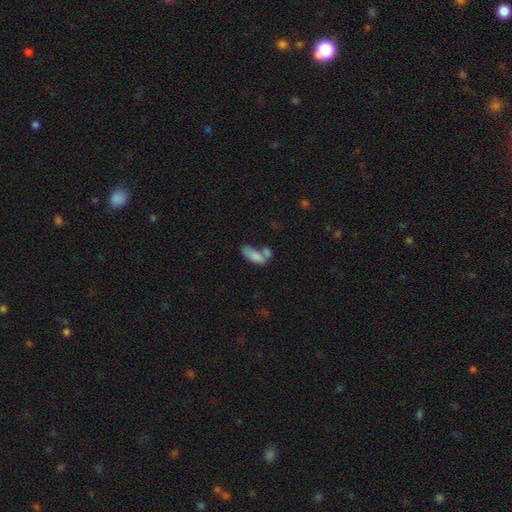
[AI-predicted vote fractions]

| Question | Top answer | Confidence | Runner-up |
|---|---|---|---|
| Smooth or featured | smooth | 78% | featured or disk (13%) |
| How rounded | in between | 76% | cigar-shaped (21%) |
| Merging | merger | 48% | none (30%) |